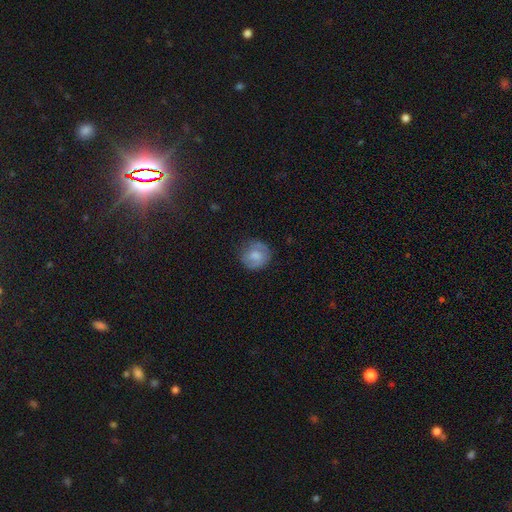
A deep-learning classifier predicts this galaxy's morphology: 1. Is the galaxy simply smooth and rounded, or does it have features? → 67% smooth, 25% featured or disk, 8% star or artifact.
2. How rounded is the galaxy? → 88% round, 11% in between, 1% cigar-shaped.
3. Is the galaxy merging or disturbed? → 75% none, 18% minor disturbance, 6% major disturbance, 1% merger.